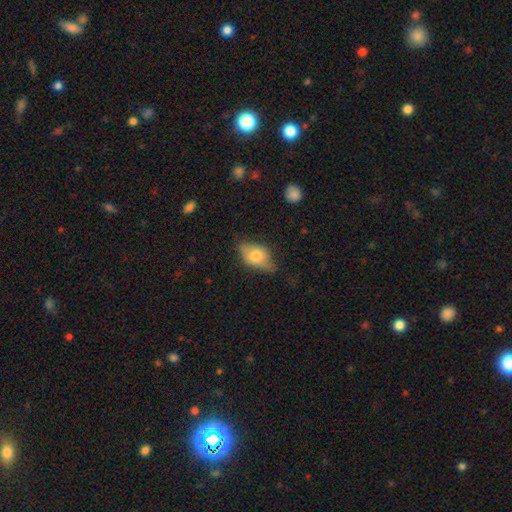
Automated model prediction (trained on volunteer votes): smooth_or_featured: smooth (p=0.62) [alt: featured or disk p=0.30]
how_rounded: in between (p=0.84) [alt: round p=0.12]
merging: none (p=0.57) [alt: minor disturbance p=0.31]